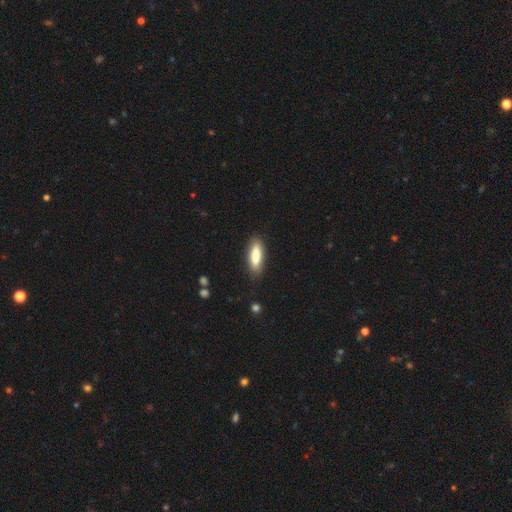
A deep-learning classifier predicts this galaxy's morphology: smooth_or_featured: smooth (p=0.81) [alt: featured or disk p=0.12]
how_rounded: cigar-shaped (p=0.50) [alt: in between p=0.48]
merging: none (p=0.83) [alt: minor disturbance p=0.13]